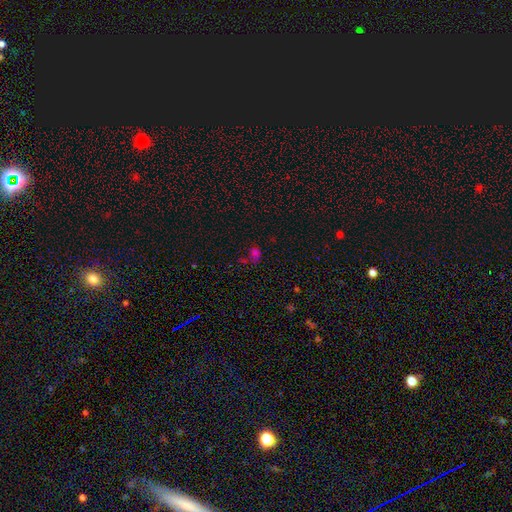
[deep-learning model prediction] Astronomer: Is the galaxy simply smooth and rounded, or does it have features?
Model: smooth — 56% (runner-up: star or artifact, 36%).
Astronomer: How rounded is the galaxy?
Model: in between — 59% (runner-up: round, 39%).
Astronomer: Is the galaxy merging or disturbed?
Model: none — 51%.